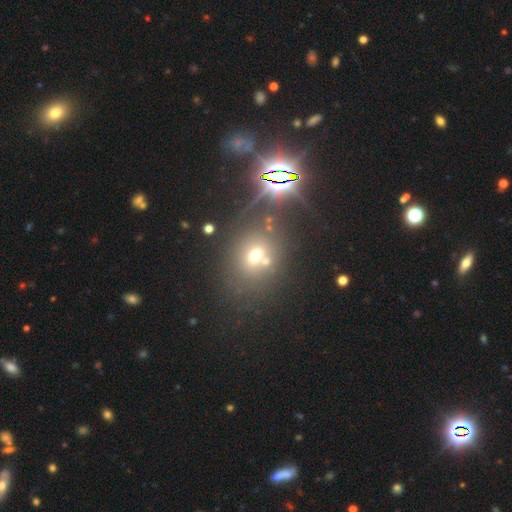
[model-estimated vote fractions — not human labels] A smooth galaxy with no disk features (54%) that is round (60%).

Vote fractions:
- Smooth or featured? smooth: 54% / star or artifact: 31% / featured or disk: 16%
- How rounded? round: 60% / in between: 39% / cigar-shaped: 1%
- Merging? none: 58% / merger: 25% / minor disturbance: 10% / major disturbance: 6%